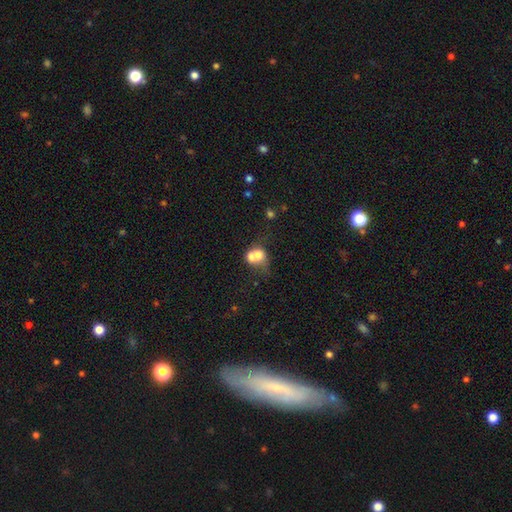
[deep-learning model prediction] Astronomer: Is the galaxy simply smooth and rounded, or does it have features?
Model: smooth — 67%.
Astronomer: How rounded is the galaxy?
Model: round — 65%.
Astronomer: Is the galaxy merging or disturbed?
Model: merger — 67%.